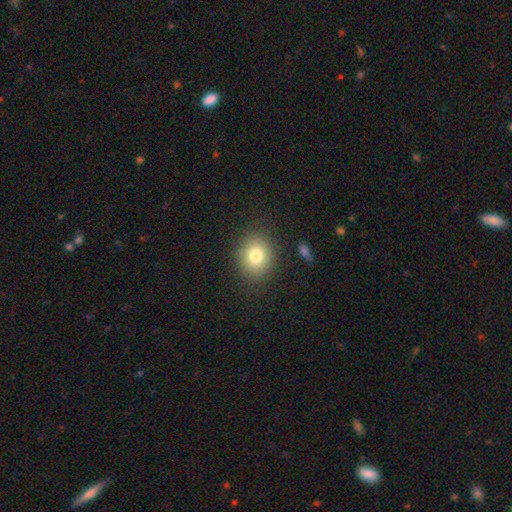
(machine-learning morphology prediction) This is likely a smooth galaxy (79%). How rounded: likely round (67%). Merging: clearly none (86%).